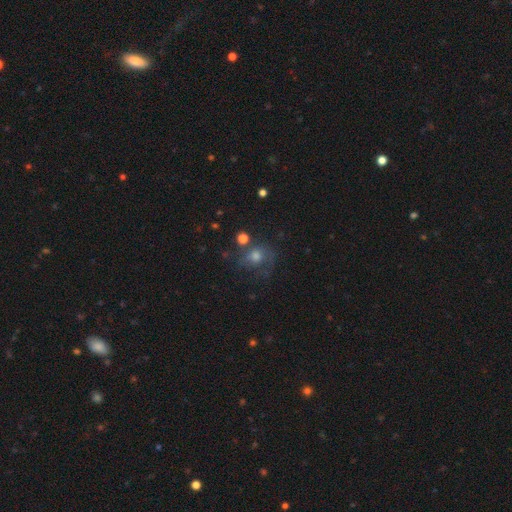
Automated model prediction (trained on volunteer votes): This appears to be a smooth galaxy with no disk features (47%). Merging: none (55%).